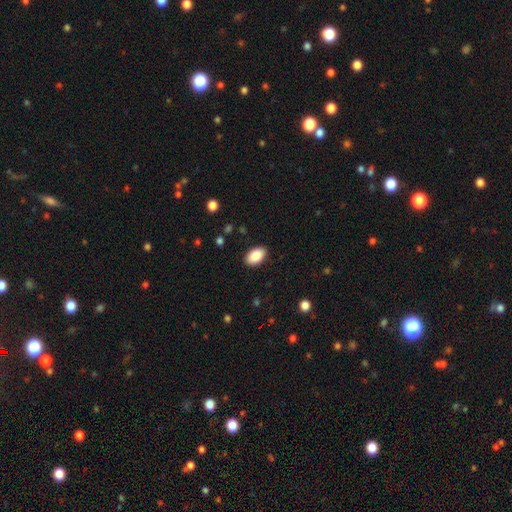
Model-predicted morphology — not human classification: smooth-or-featured: smooth: 88% | star or artifact: 7% | featured or disk: 5%
  how-rounded: in between: 94% | round: 5% | cigar-shaped: 1%
  merging: none: 89% | minor disturbance: 8% | major disturbance: 2% | merger: 1%